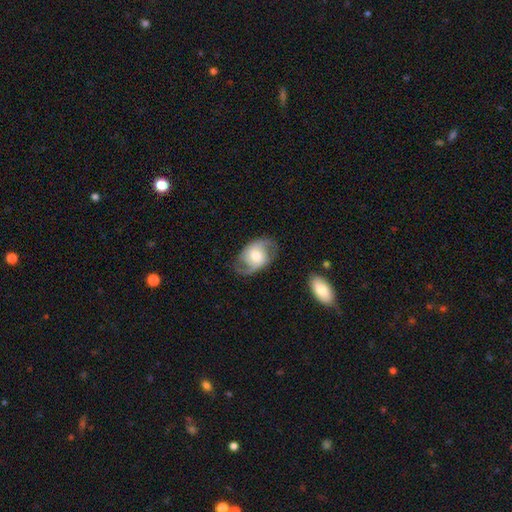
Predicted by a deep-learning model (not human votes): Overall: featured or disk (71%). Edge-on disk: no (96%). Bar: no (51%; weak 38%). Spiral arms: yes (89%). Spiral arm count: 2 (87%). Spiral winding: medium (46%; loose 36%). Bulge size: moderate (63%). Merging: none (70%).